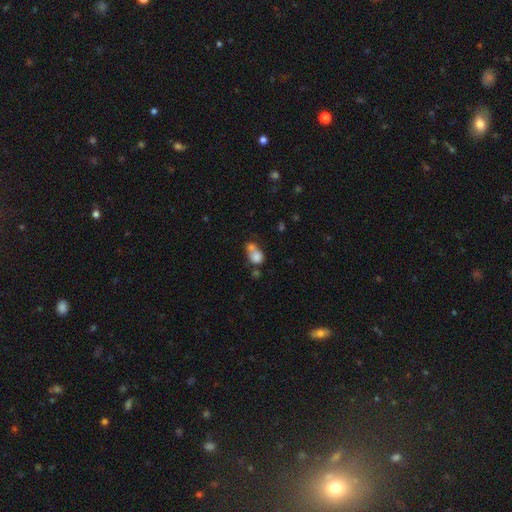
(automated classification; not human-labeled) Smooth or featured?
  - smooth: 77% *
  - featured or disk: 13%
  - star or artifact: 10%
How rounded?
  - round: 61% *
  - in between: 37%
  - cigar-shaped: 2%
Merging?
  - merger: 58% *
  - none: 26%
  - minor disturbance: 10%
  - major disturbance: 7%